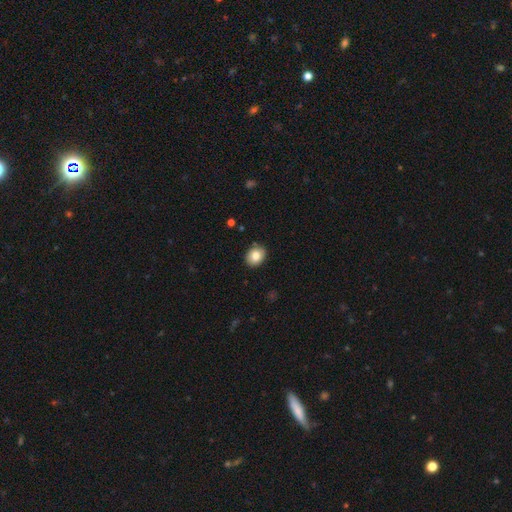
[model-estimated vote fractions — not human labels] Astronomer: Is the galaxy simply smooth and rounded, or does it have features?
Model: smooth — 82%.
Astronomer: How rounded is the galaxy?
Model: in between — 52% (runner-up: round, 47%).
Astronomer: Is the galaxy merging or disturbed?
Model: none — 87%.